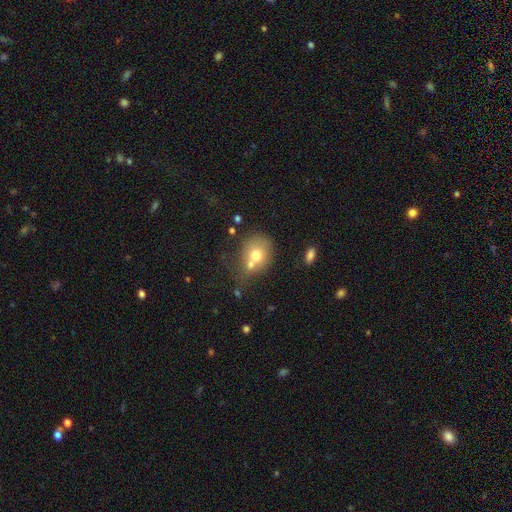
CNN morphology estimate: Smooth or featured? Predicted: smooth (p=0.68). How rounded? Predicted: round (p=0.65). Merging? Predicted: merger (p=0.46).